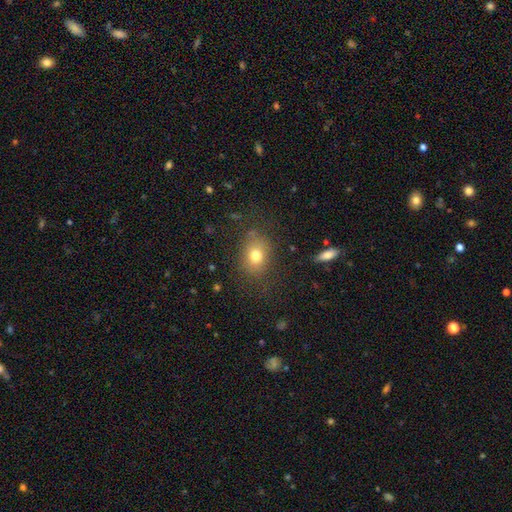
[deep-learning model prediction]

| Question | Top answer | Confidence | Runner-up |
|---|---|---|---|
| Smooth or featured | smooth | 76% | star or artifact (12%) |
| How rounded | in between | 53% | round (46%) |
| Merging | none | 76% | minor disturbance (15%) |